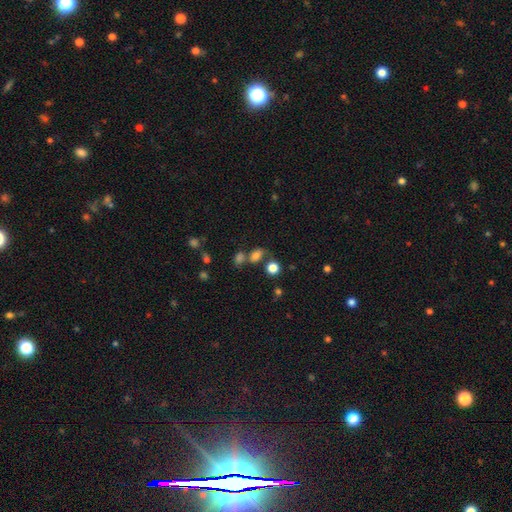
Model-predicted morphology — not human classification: Smooth or featured?
  - smooth: 73% *
  - star or artifact: 18%
  - featured or disk: 9%
How rounded?
  - in between: 64% *
  - round: 34%
  - cigar-shaped: 2%
Merging?
  - none: 44% *
  - merger: 32%
  - minor disturbance: 15%
  - major disturbance: 10%